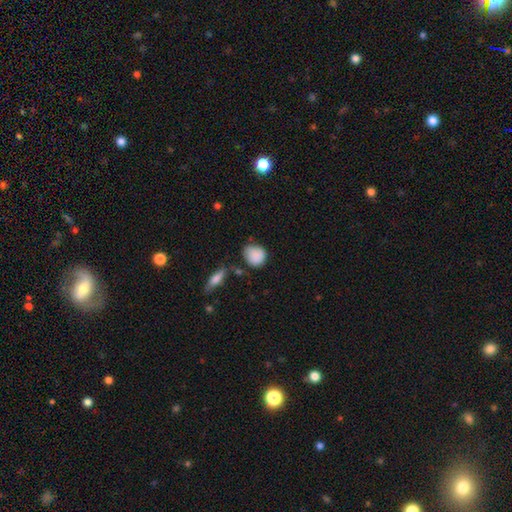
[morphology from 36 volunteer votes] smooth_or_featured: smooth (p=0.94) [alt: featured or disk p=0.03]
how_rounded: round (p=0.68) [alt: in between p=0.29]
merging: none (p=0.57) [alt: minor disturbance p=0.37]